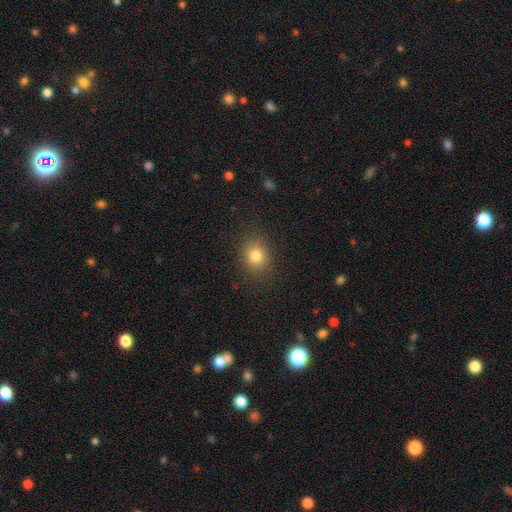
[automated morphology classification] smooth-or-featured: smooth: 79% | star or artifact: 13% | featured or disk: 8%
  how-rounded: round: 65% | in between: 34% | cigar-shaped: 1%
  merging: none: 86% | minor disturbance: 10% | major disturbance: 3% | merger: 1%